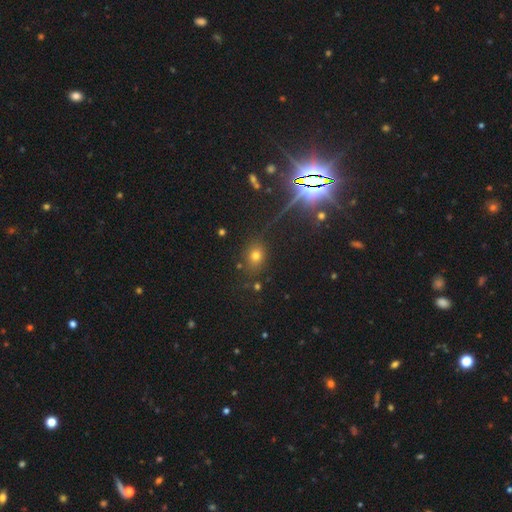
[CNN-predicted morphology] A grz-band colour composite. It shows a smooth galaxy with no disk features (62%) that is in between round and cigar-shaped (50%). Merging: none (80%).